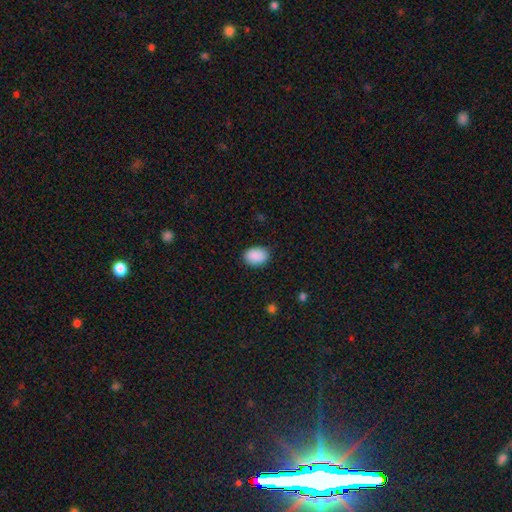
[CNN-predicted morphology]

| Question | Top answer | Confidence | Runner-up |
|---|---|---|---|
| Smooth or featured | smooth | 90% | star or artifact (7%) |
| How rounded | in between | 82% | round (17%) |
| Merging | none | 85% | minor disturbance (12%) |